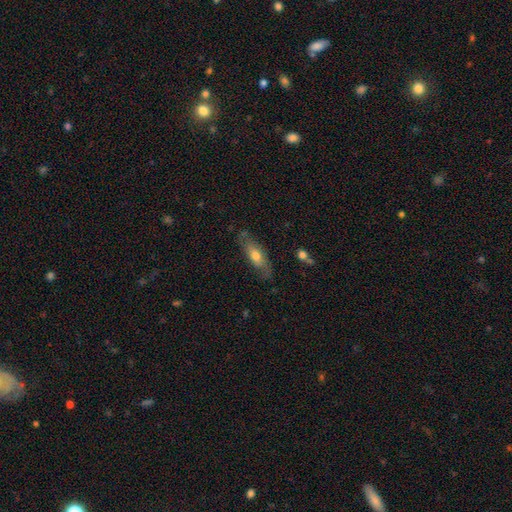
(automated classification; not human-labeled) Smooth or featured? Predicted: smooth (p=0.55). How rounded? Predicted: in between (p=0.58). Merging? Predicted: none (p=0.71).